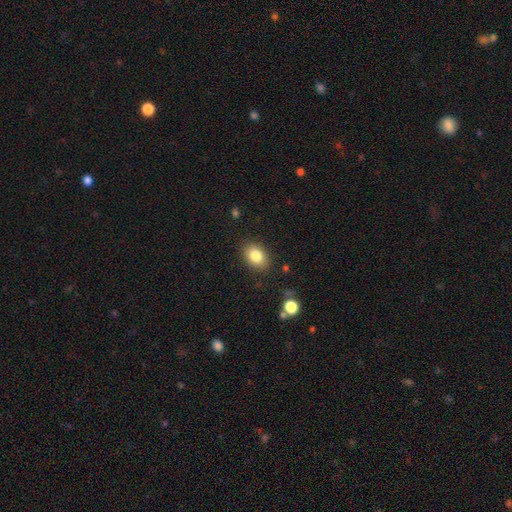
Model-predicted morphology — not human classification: smooth-or-featured: smooth: 83% | star or artifact: 9% | featured or disk: 8%
  how-rounded: in between: 77% | round: 22% | cigar-shaped: 1%
  merging: none: 86% | minor disturbance: 10% | major disturbance: 3% | merger: 1%